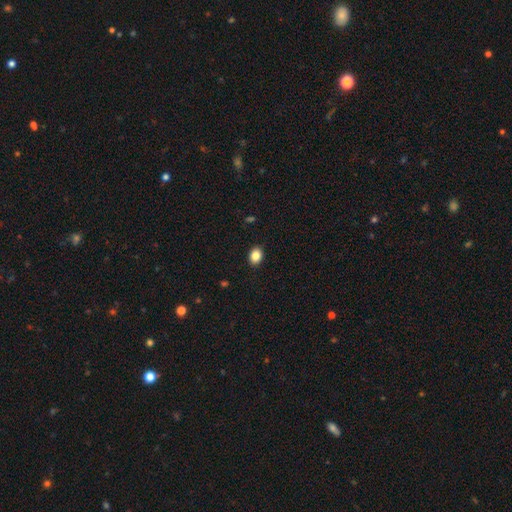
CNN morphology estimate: Q: Smooth or featured?
A: smooth (86%); runner-up: star or artifact (9%)
Q: How rounded?
A: in between (67%); runner-up: round (32%)
Q: Merging?
A: none (90%); runner-up: minor disturbance (7%)